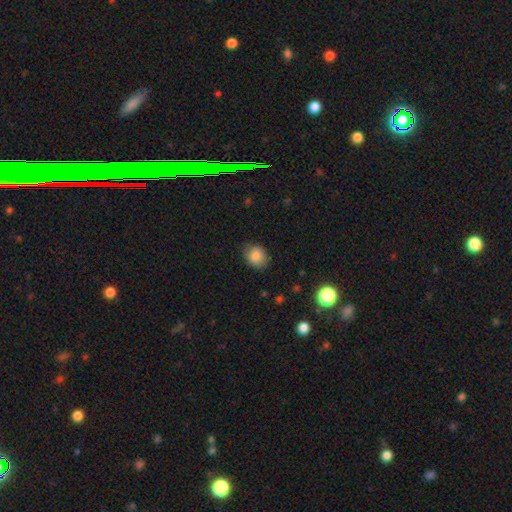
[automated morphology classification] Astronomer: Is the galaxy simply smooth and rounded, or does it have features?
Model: smooth — 85%.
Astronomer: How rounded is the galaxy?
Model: round — 53% (runner-up: in between, 46%).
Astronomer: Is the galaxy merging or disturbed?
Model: none — 77%.